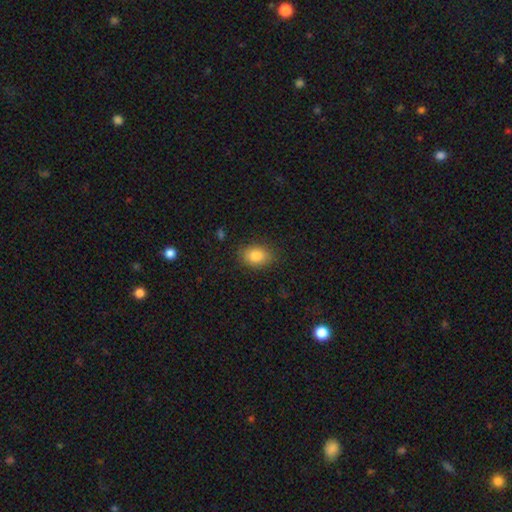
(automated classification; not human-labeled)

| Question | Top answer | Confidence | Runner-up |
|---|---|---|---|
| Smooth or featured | smooth | 86% | star or artifact (8%) |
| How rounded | in between | 78% | round (21%) |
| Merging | none | 83% | minor disturbance (12%) |